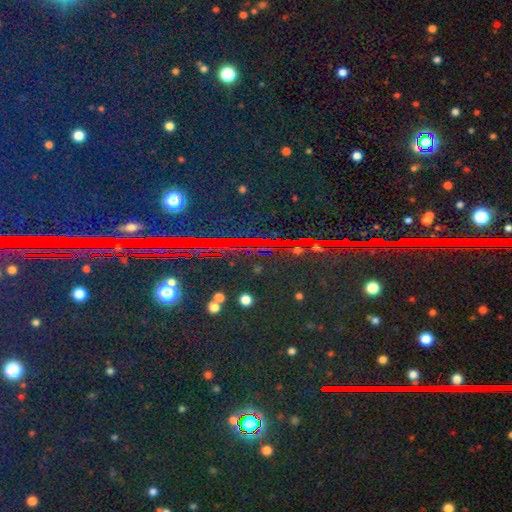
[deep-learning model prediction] Overall: star or artifact (85%).